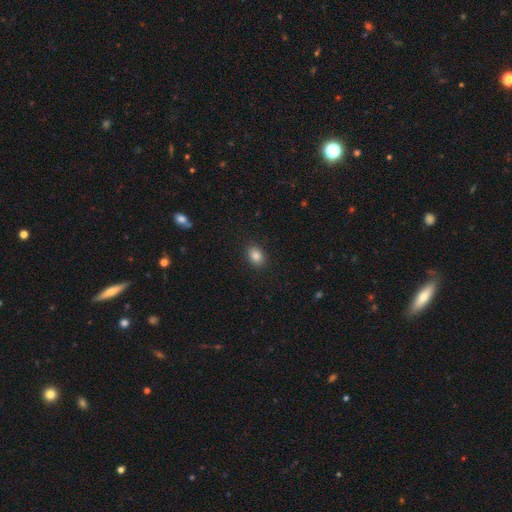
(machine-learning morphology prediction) smooth 84%, star or artifact 10%, featured or disk 6%. Down the decision tree: how rounded — in between (74%); merging — none (88%).